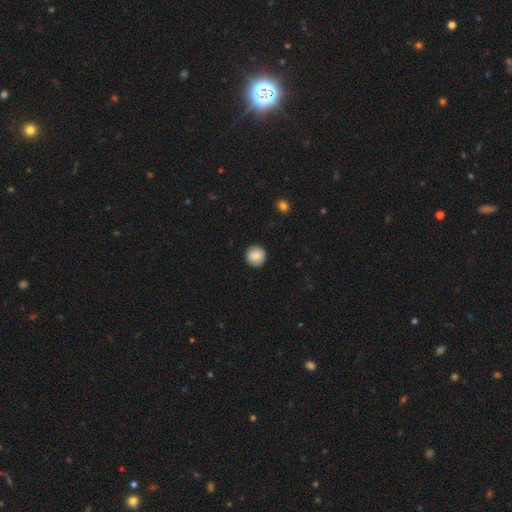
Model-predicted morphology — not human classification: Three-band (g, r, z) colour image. It shows a smooth galaxy with no disk features (85%) that is round (95%). Merging: none (92%).